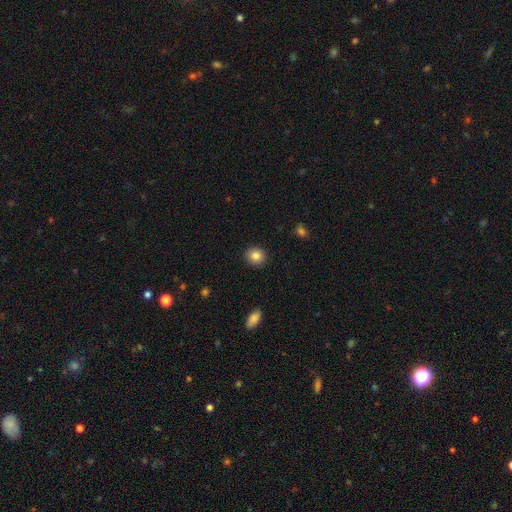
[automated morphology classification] smooth 84%, star or artifact 9%, featured or disk 7%. Down the decision tree: how rounded — round (84%); merging — none (91%).